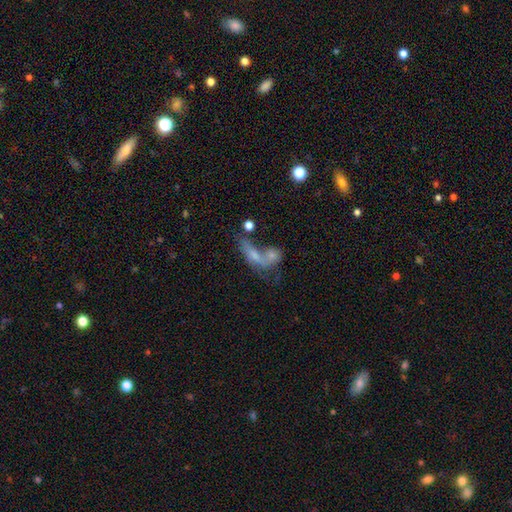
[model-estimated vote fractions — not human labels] smooth_or_featured: smooth (p=0.47) [alt: featured or disk p=0.39]
merging: merger (p=0.59) [alt: major disturbance p=0.17]